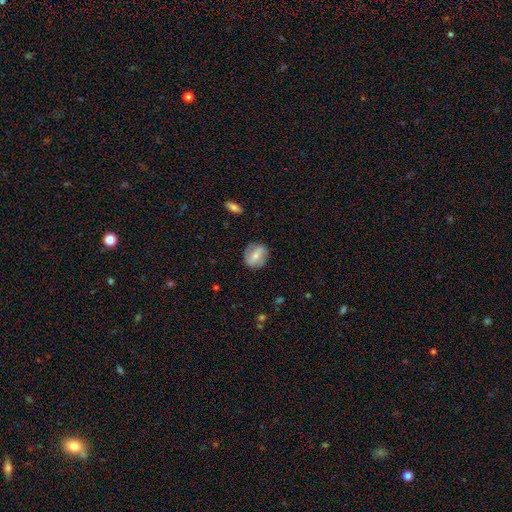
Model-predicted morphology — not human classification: A smooth galaxy with no disk features (54%) that is round (71%). Merging: none (84%).